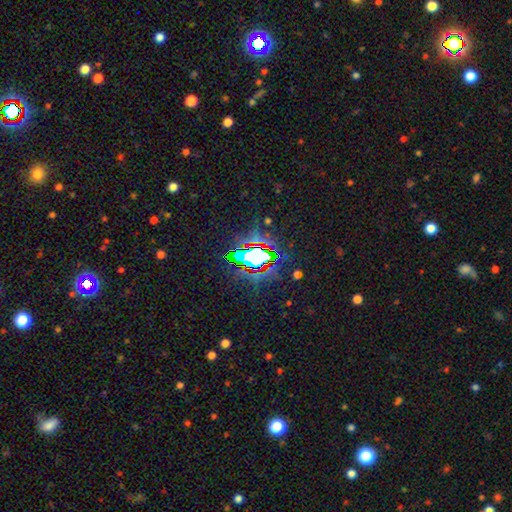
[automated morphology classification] smooth-or-featured: star or artifact: 71% | smooth: 17% | featured or disk: 12%